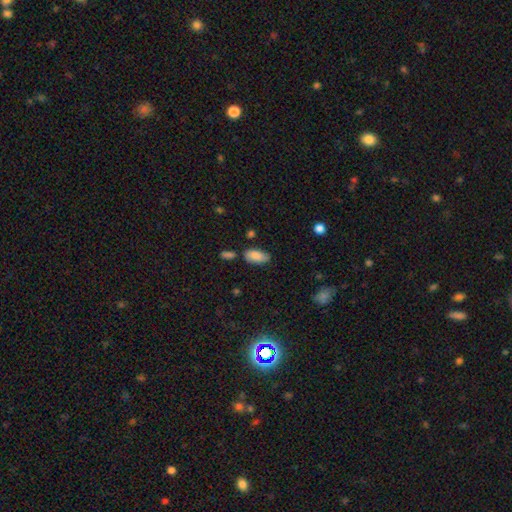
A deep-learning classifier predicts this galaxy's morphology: This is clearly a smooth galaxy (81%). How rounded: clearly in between (93%). Merging: likely none (70%).